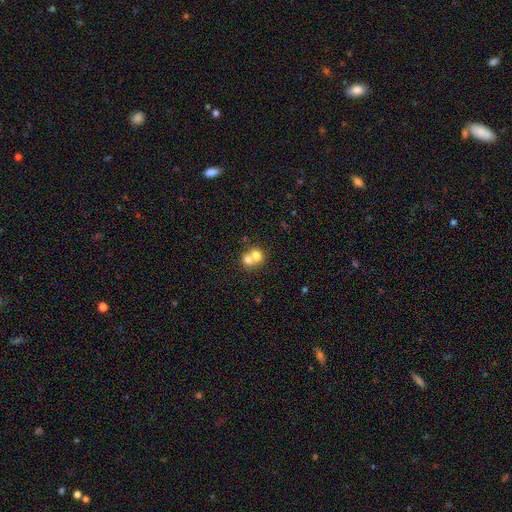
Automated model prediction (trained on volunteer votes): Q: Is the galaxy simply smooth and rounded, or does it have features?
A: smooth — 70%.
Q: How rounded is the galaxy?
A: round — 75%.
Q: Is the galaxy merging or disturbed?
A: merger — 68%.